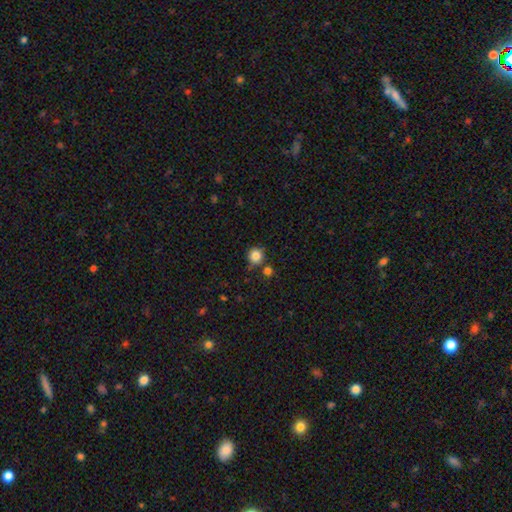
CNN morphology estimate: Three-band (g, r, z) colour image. It shows a smooth galaxy with no disk features (84%) that is round (92%). Merging: none (78%).